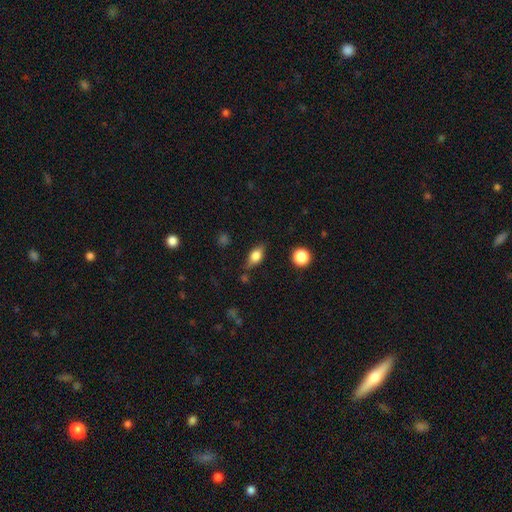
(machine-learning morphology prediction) type=smooth (65%); roundness=in between (75%); merging=none (74%).